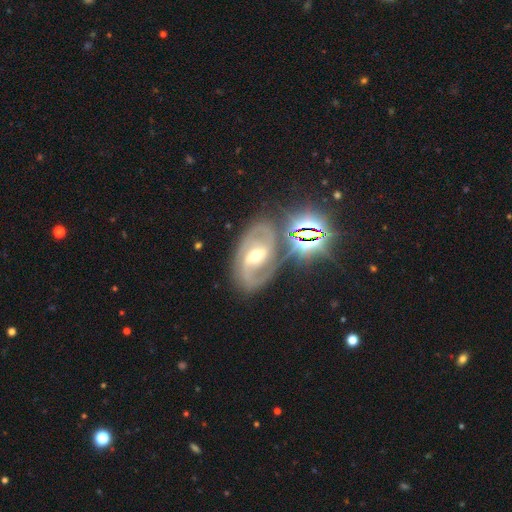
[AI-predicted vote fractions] featured or disk 85%, star or artifact 9%, smooth 6%. Down the decision tree: edge-on disk — no (97%); bar — weak (43%); spiral arms — yes (96%); spiral arm count — 2 (85%); spiral winding — medium (54%); bulge size — moderate (69%); merging — none (73%).